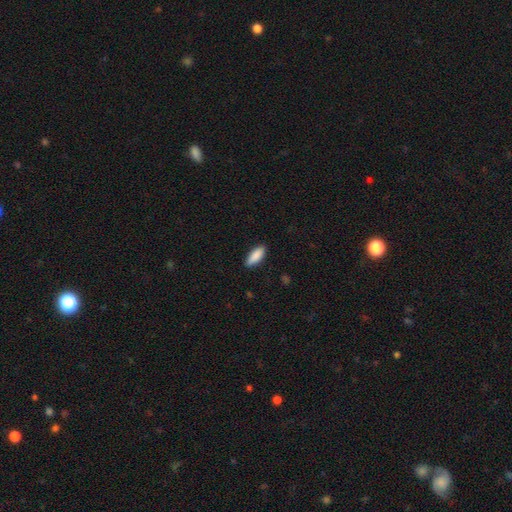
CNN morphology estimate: Smooth or featured? Predicted: smooth (p=0.89). How rounded? Predicted: in between (p=0.71). Merging? Predicted: none (p=0.89).